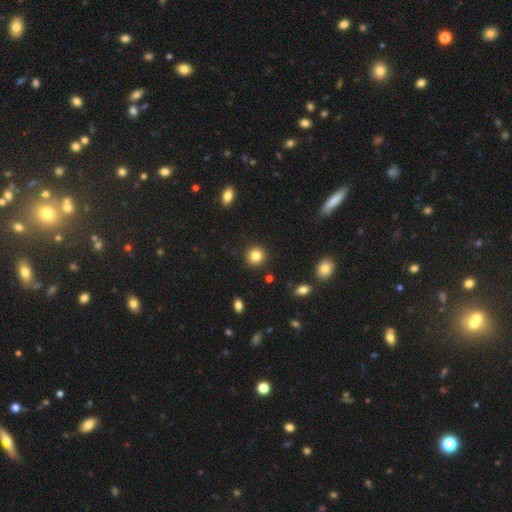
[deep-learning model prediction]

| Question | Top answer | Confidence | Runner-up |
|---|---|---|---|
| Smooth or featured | smooth | 84% | star or artifact (10%) |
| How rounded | round | 91% | in between (8%) |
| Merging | none | 92% | minor disturbance (5%) |